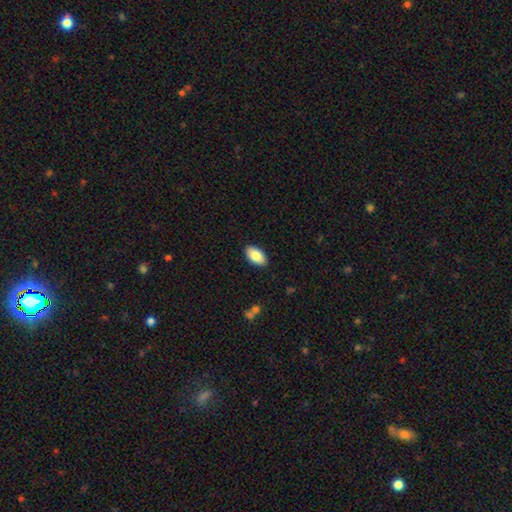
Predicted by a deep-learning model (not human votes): The model was most divided on "smooth or featured": smooth: 85%, featured or disk: 8%, star or artifact: 6%. More confident: how rounded — in between (95%); merging — none (89%).